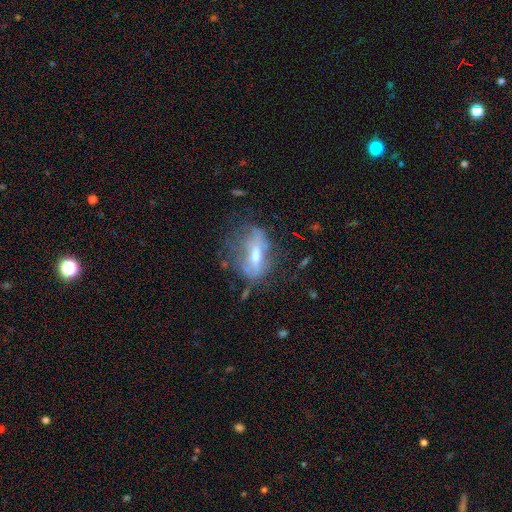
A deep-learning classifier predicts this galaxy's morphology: Smooth or featured?
  - featured or disk: 50% *
  - smooth: 38%
  - star or artifact: 12%
Edge-on disk?
  - no: 87% *
  - yes: 13%
Merging?
  - none: 38% *
  - major disturbance: 32%
  - minor disturbance: 25%
  - merger: 5%